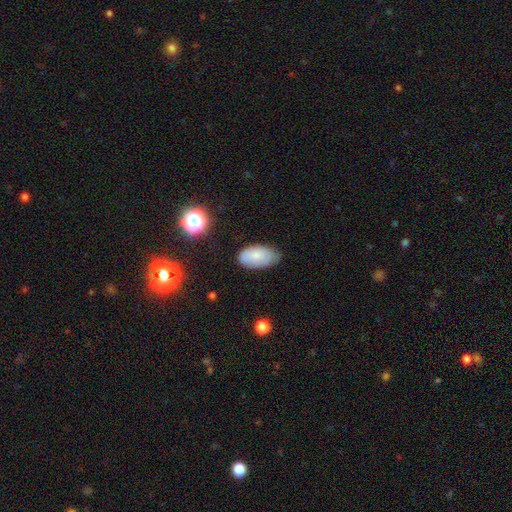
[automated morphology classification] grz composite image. It shows a smooth galaxy with no disk features (77%) that is in between round and cigar-shaped (94%). Merging: none (59%).